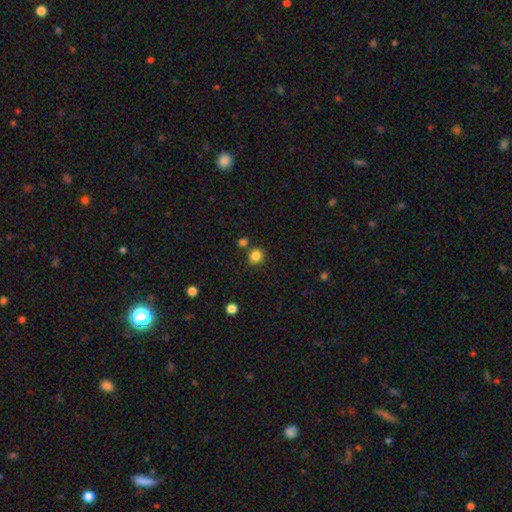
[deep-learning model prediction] This appears to be a smooth galaxy with no disk features (84%) that is round (82%). Merging: none (79%).